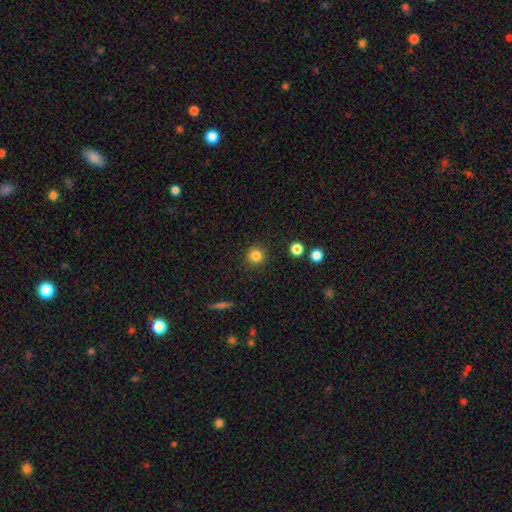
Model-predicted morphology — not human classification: The model was most divided on "smooth or featured": smooth: 84%, star or artifact: 11%, featured or disk: 5%. More confident: how rounded — round (94%); merging — none (91%).